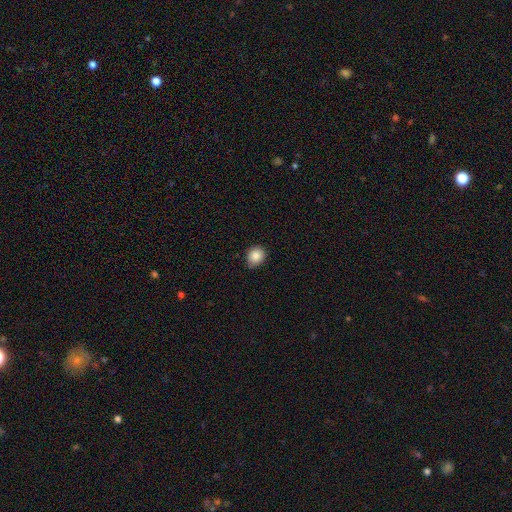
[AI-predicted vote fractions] A smooth galaxy with no disk features (87%) that is round (72%). Merging: none (77%).